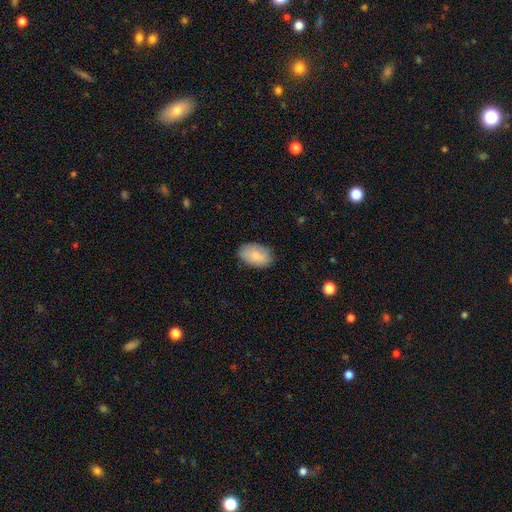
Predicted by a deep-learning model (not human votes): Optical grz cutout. It shows a smooth galaxy with no disk features (85%) that is in between round and cigar-shaped (91%). Merging: none (81%).